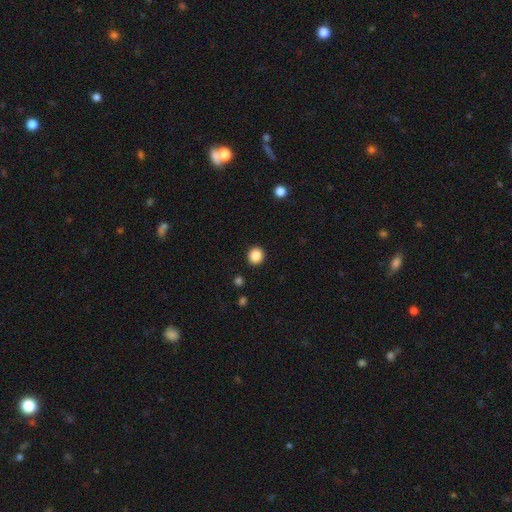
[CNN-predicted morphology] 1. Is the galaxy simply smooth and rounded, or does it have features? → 88% smooth, 10% star or artifact, 3% featured or disk.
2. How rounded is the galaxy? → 88% round, 11% in between, 1% cigar-shaped.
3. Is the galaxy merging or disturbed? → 92% none, 5% minor disturbance, 2% major disturbance, 1% merger.